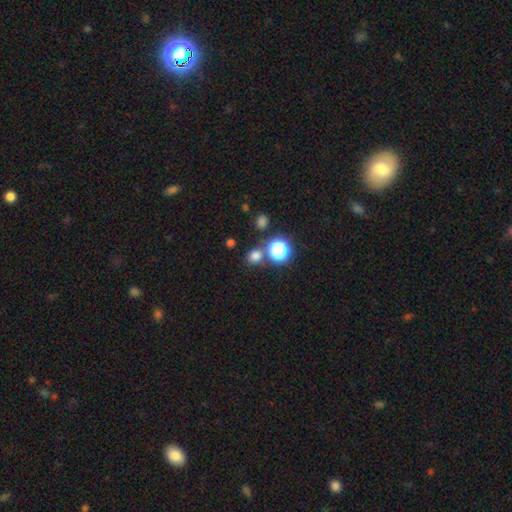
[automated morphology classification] Smooth or featured: smooth — 71% (star or artifact — 24%)
How rounded: round — 79% (in between — 20%)
Merging: none — 75% (merger — 13%)